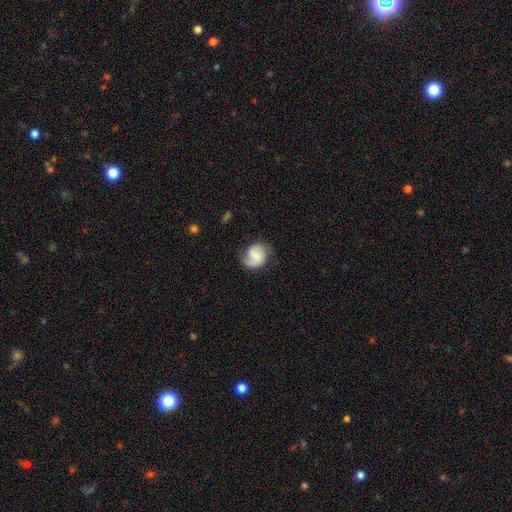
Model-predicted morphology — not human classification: smooth_or_featured: featured or disk (p=0.61) [alt: smooth p=0.32]
disk_edge_on: no (p=0.98) [alt: yes p=0.02]
bar: no (p=0.55) [alt: weak p=0.38]
has_spiral_arms: yes (p=0.92) [alt: no p=0.08]
spiral_winding: medium (p=0.43) [alt: tight p=0.34]
spiral_arm_count: 2 (p=0.62) [alt: 1 p=0.28]
bulge_size: small (p=0.49) [alt: moderate p=0.33]
merging: none (p=0.66) [alt: minor disturbance p=0.22]